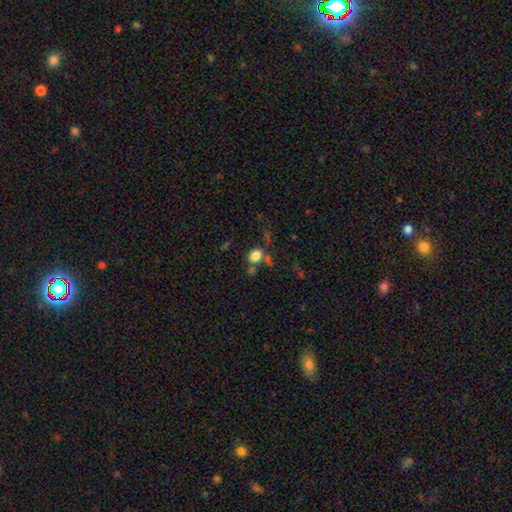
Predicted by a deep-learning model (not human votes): Smooth or featured? smooth (80%)
How rounded? round (64%)
Merging? none (62%)